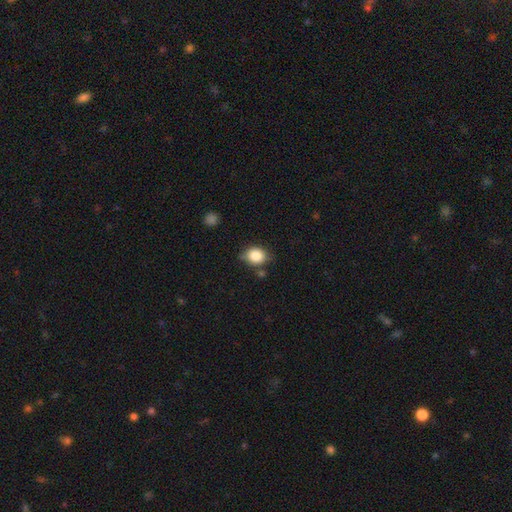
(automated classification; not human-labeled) A smooth galaxy with no disk features (84%) that is round (57%).

Vote fractions:
- Smooth or featured? smooth: 84% / star or artifact: 9% / featured or disk: 6%
- How rounded? round: 57% / in between: 42% / cigar-shaped: 1%
- Merging? none: 72% / minor disturbance: 18% / merger: 6% / major disturbance: 4%